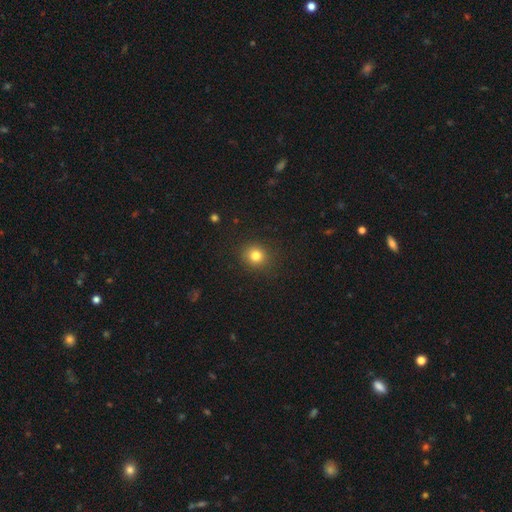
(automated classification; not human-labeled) Smooth or featured? smooth (81%)
How rounded? round (87%)
Merging? none (90%)